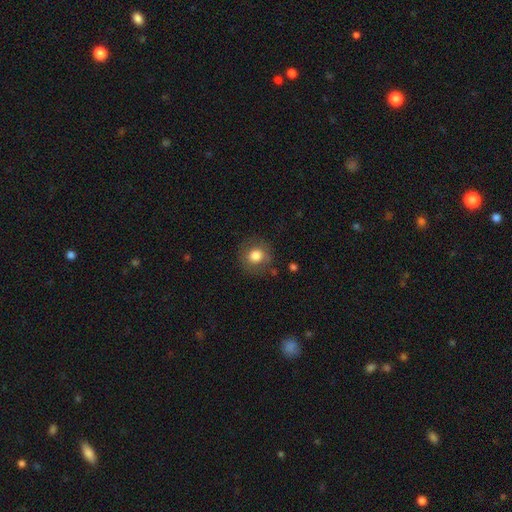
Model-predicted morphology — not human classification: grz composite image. It shows a smooth galaxy with no disk features (80%) that is round (86%). Merging: none (80%).